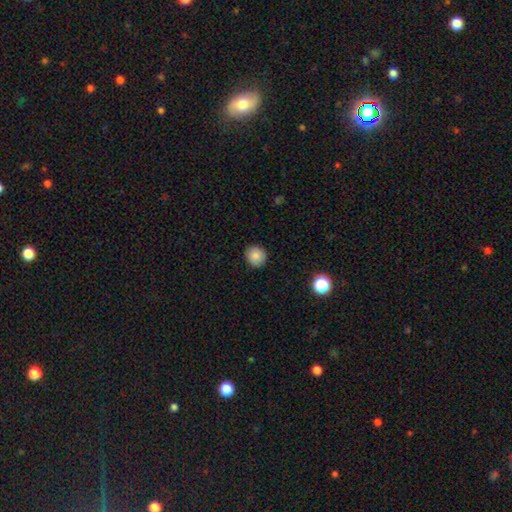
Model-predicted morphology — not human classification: The model was most divided on "smooth or featured": smooth: 85%, star or artifact: 10%, featured or disk: 5%. More confident: merging — none (90%); how rounded — round (88%).